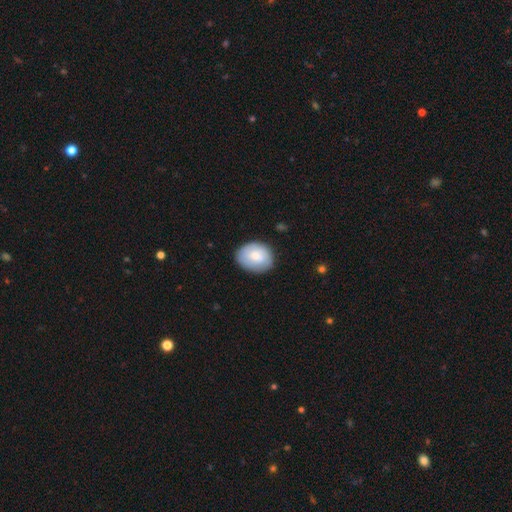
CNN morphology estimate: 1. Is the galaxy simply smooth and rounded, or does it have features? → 71% smooth, 23% featured or disk, 6% star or artifact.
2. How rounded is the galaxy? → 58% in between, 42% round, 1% cigar-shaped.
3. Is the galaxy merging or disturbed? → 79% none, 17% minor disturbance, 4% major disturbance, 1% merger.